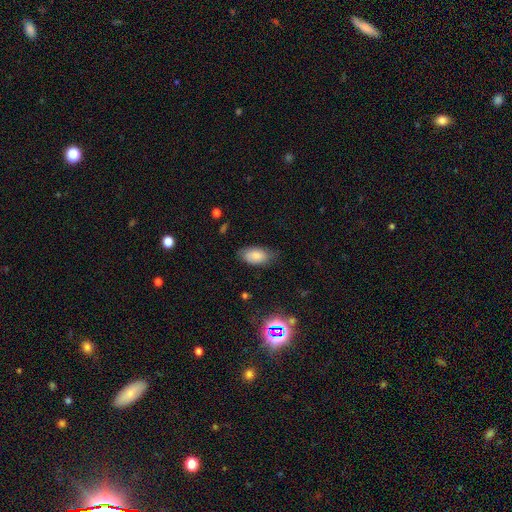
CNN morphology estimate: smooth_or_featured: smooth (p=0.80) [alt: featured or disk p=0.11]
how_rounded: in between (p=0.93) [alt: round p=0.04]
merging: none (p=0.71) [alt: minor disturbance p=0.23]